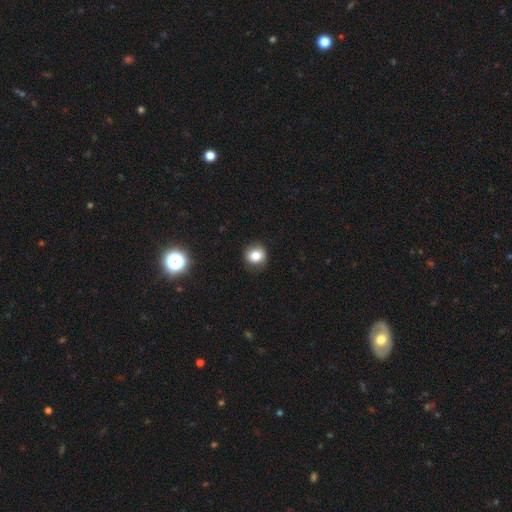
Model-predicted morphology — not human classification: Smooth or featured? smooth (78%)
How rounded? round (87%)
Merging? none (86%)